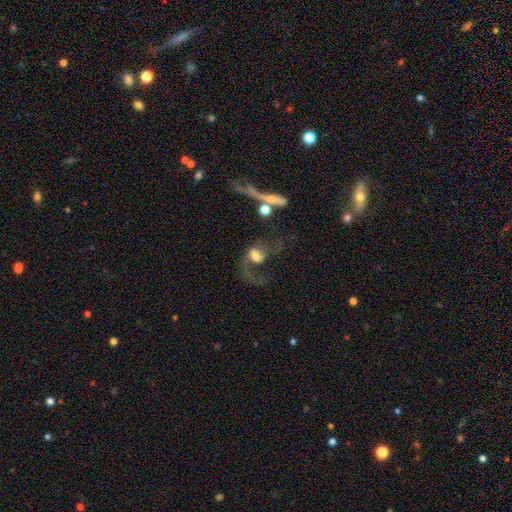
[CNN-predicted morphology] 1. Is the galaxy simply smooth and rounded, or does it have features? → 61% featured or disk, 29% smooth, 10% star or artifact.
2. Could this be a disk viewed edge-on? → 95% no, 5% yes.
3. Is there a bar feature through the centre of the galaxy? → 56% no, 33% weak, 11% strong.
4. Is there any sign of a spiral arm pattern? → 79% yes, 21% no.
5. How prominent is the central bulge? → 49% moderate, 28% large, 13% small, 5% dominant, 4% none.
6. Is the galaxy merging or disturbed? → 46% major disturbance, 24% none, 18% merger, 12% minor disturbance.